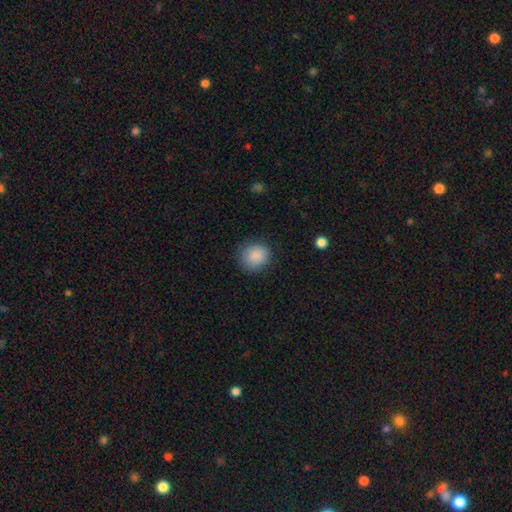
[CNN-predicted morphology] Smooth or featured?
  - smooth: 88% *
  - star or artifact: 8%
  - featured or disk: 4%
How rounded?
  - round: 85% *
  - in between: 14%
  - cigar-shaped: 1%
Merging?
  - none: 85% *
  - minor disturbance: 10%
  - major disturbance: 3%
  - merger: 1%